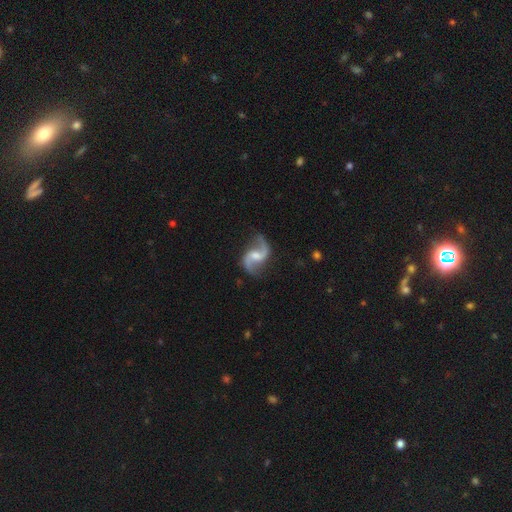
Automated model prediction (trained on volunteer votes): The model was most divided on "bulge size": moderate: 46%, small: 31%, none: 14%, large: 7%, dominant: 1%. More confident: edge-on disk — no (98%); spiral arms — yes (97%); spiral arm count — 2 (94%); smooth or featured — featured or disk (90%); merging — none (79%); spiral winding — loose (72%); bar — weak (50%).